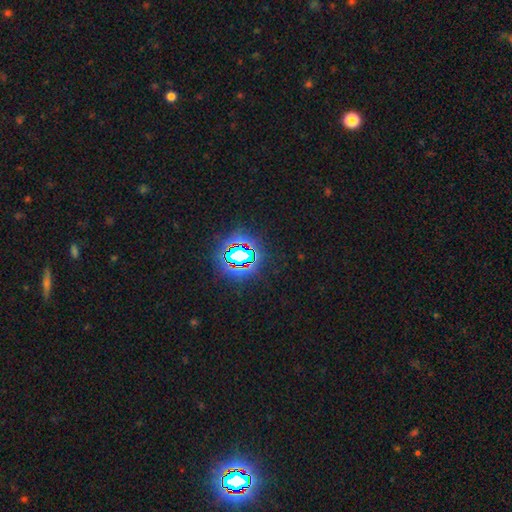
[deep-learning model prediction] Smooth or featured? star or artifact (81%)